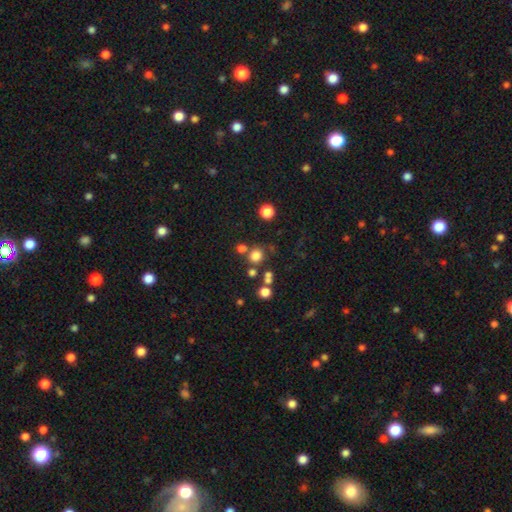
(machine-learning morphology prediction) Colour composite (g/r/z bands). It shows a smooth galaxy with no disk features (75%) that is round (89%). Merging: none (69%).